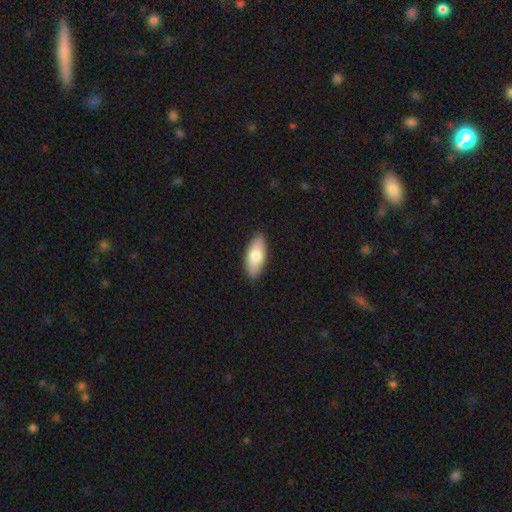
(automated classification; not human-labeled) A smooth galaxy with no disk features (76%) that is in between round and cigar-shaped (80%).

Vote fractions:
- Smooth or featured? smooth: 76% / featured or disk: 18% / star or artifact: 6%
- How rounded? in between: 80% / cigar-shaped: 18% / round: 2%
- Merging? none: 89% / minor disturbance: 9% / major disturbance: 2% / merger: 1%